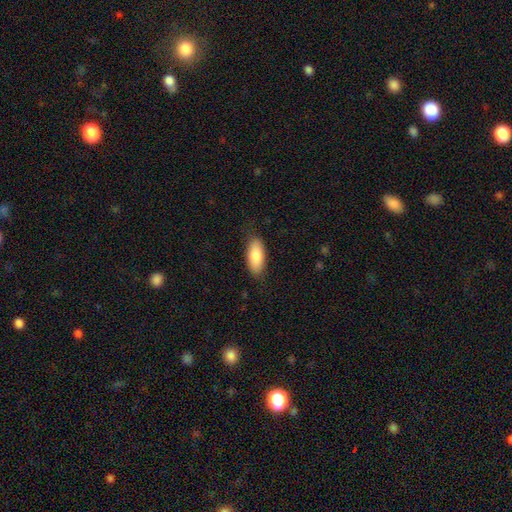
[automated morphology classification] A smooth galaxy with no disk features (85%) that is in between round and cigar-shaped (85%).

Vote fractions:
- Smooth or featured? smooth: 85% / featured or disk: 9% / star or artifact: 6%
- How rounded? in between: 85% / cigar-shaped: 13% / round: 2%
- Merging? none: 82% / minor disturbance: 14% / major disturbance: 3% / merger: 1%